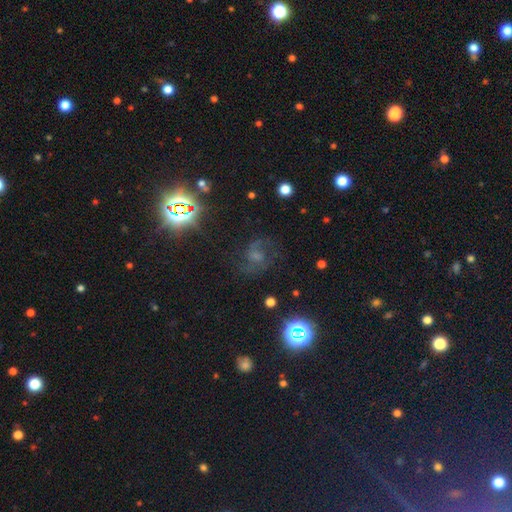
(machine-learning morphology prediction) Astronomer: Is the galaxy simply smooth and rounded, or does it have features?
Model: featured or disk — 56%.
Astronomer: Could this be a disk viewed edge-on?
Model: no — 97%.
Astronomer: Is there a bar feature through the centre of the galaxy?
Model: no — 46% (runner-up: weak, 41%).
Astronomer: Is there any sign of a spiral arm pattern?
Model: yes — 90%.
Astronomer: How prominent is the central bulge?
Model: small — 36% (runner-up: moderate, 33%).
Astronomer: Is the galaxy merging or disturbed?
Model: none — 66%.